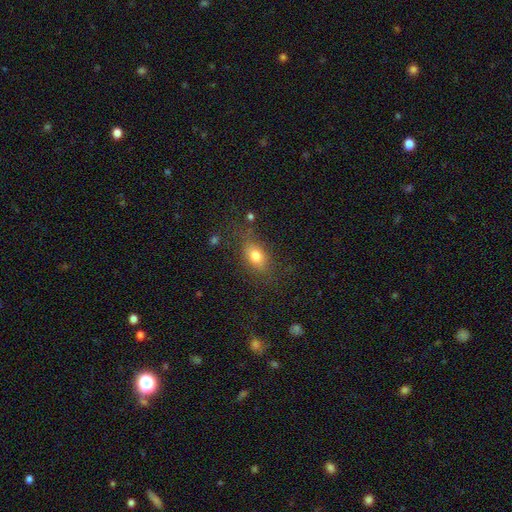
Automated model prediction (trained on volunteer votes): Smooth or featured?
  - smooth: 77% *
  - star or artifact: 11%
  - featured or disk: 11%
How rounded?
  - in between: 76% *
  - round: 20%
  - cigar-shaped: 4%
Merging?
  - none: 71% *
  - minor disturbance: 18%
  - major disturbance: 8%
  - merger: 3%